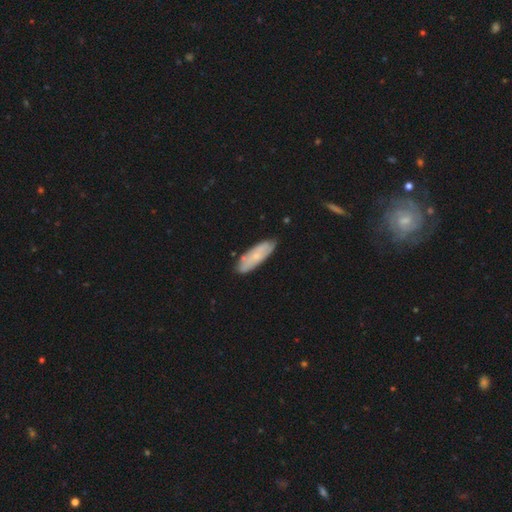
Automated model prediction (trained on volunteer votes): This is possibly a smooth galaxy (58%). How rounded: possibly in between (54%). Merging: likely none (79%).